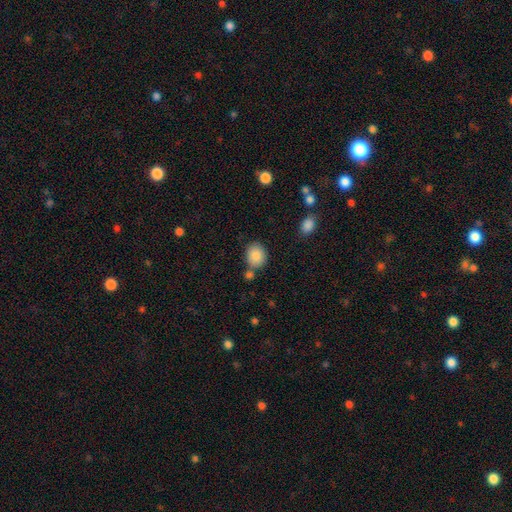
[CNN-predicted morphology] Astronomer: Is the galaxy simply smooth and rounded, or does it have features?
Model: smooth — 87%.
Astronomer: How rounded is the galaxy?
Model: round — 53% (runner-up: in between, 46%).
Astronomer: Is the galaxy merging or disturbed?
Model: none — 71%.